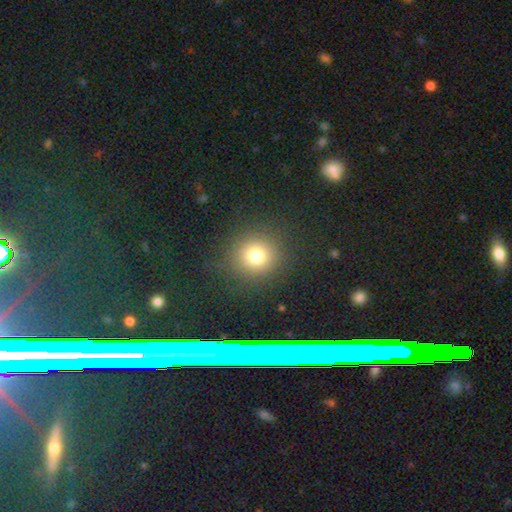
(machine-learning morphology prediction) smooth_or_featured: smooth (p=0.75) [alt: star or artifact p=0.17]
how_rounded: round (p=0.91) [alt: in between p=0.08]
merging: none (p=0.88) [alt: minor disturbance p=0.07]